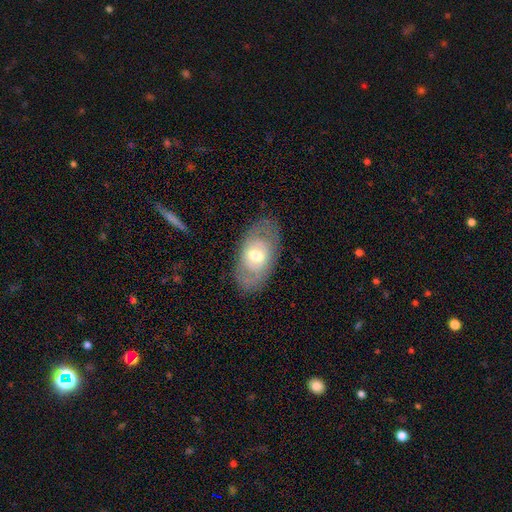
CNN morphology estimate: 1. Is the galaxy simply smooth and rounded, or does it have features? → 50% featured or disk, 44% smooth, 7% star or artifact.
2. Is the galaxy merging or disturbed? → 78% none, 15% minor disturbance, 6% major disturbance, 1% merger.